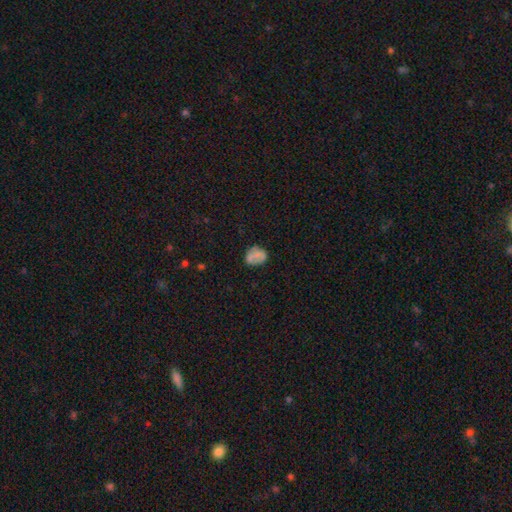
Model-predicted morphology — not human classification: type=smooth (71%); roundness=round (51%); merging=none (67%).